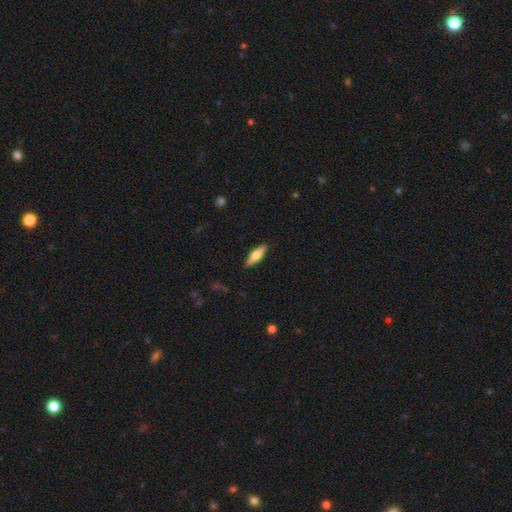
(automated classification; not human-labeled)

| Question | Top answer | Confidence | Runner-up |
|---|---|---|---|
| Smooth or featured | smooth | 52% | featured or disk (42%) |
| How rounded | cigar-shaped | 54% | in between (43%) |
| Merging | none | 89% | minor disturbance (8%) |